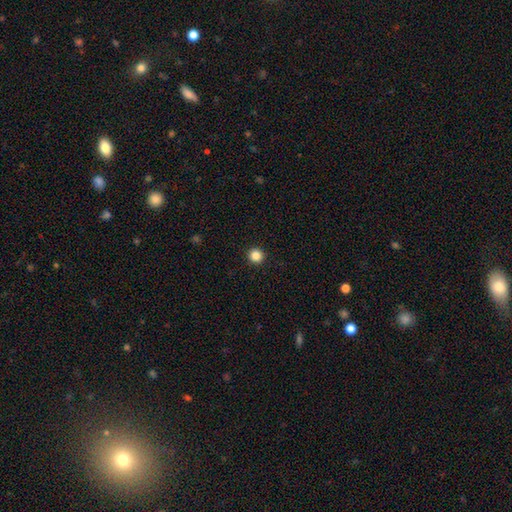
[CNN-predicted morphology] This appears to be a smooth galaxy with no disk features (86%) that is round (96%). Merging: none (94%).